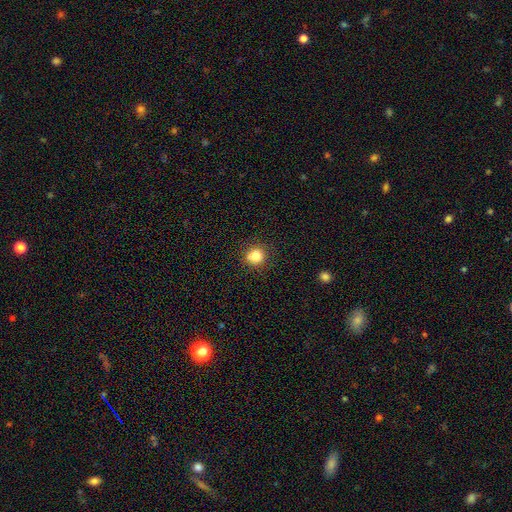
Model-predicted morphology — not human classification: type=smooth (81%); roundness=round (85%); merging=none (80%).